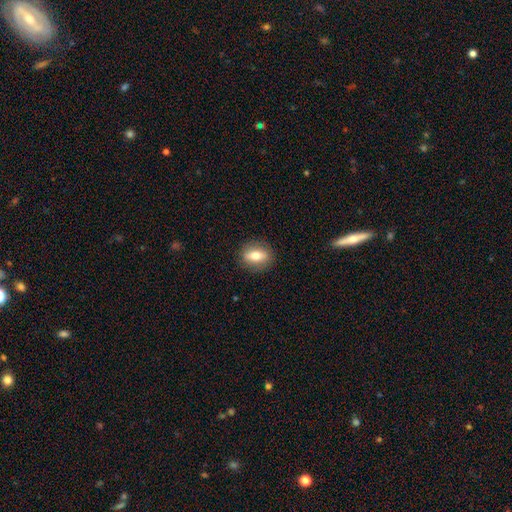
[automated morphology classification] A smooth galaxy with no disk features (67%) that is in between round and cigar-shaped (64%).

Vote fractions:
- Smooth or featured? smooth: 67% / featured or disk: 25% / star or artifact: 8%
- How rounded? in between: 64% / round: 30% / cigar-shaped: 7%
- Merging? none: 87% / minor disturbance: 9% / major disturbance: 3% / merger: 1%